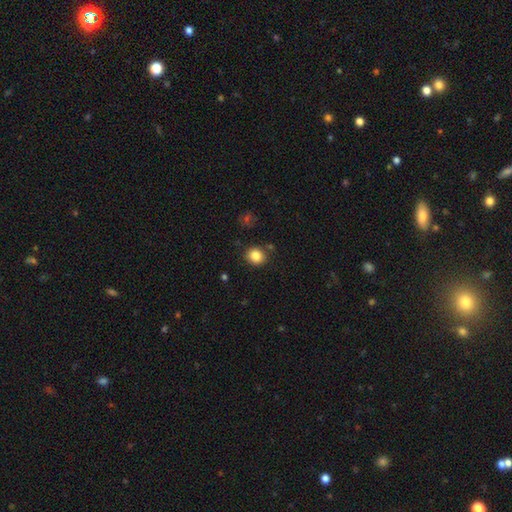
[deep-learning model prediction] Morphology: type=smooth (84%); roundness=round (82%); merging=none (86%).